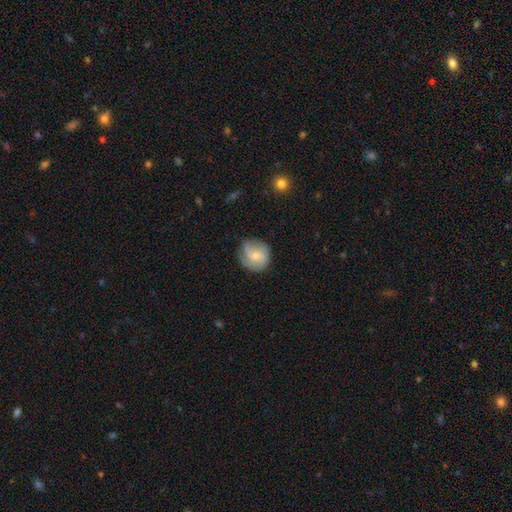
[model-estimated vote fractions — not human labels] Smooth or featured?
  - featured or disk: 46% * (tied)
  - smooth: 46% * (tied)
  - star or artifact: 7%
Merging?
  - none: 65% *
  - minor disturbance: 24%
  - major disturbance: 9%
  - merger: 1%